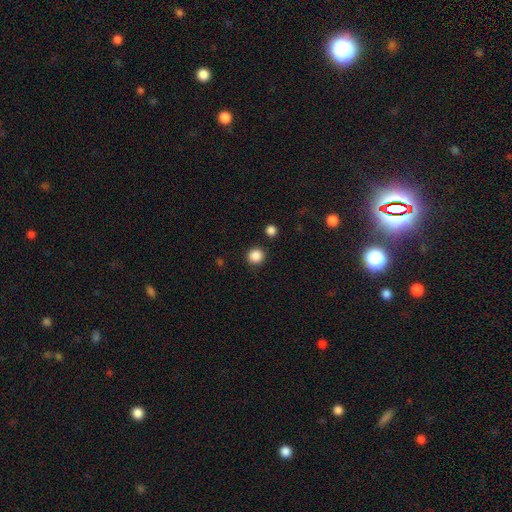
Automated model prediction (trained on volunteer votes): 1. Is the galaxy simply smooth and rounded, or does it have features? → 87% smooth, 11% star or artifact, 3% featured or disk.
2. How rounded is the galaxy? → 93% round, 6% in between, 1% cigar-shaped.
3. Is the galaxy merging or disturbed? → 89% none, 6% minor disturbance, 3% merger, 2% major disturbance.